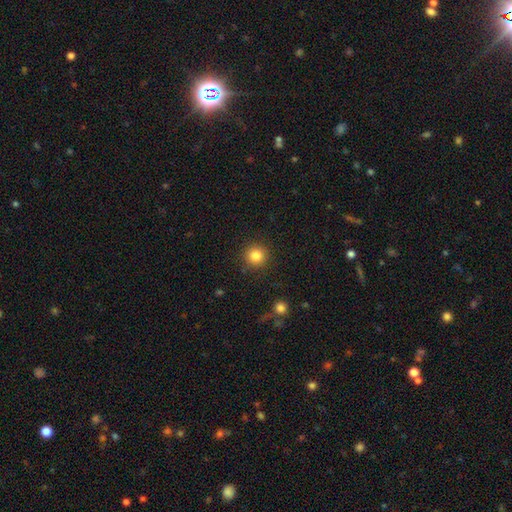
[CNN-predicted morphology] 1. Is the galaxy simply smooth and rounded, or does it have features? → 84% smooth, 11% star or artifact, 5% featured or disk.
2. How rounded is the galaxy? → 95% round, 4% in between, 1% cigar-shaped.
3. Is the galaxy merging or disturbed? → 90% none, 6% minor disturbance, 2% major disturbance, 1% merger.